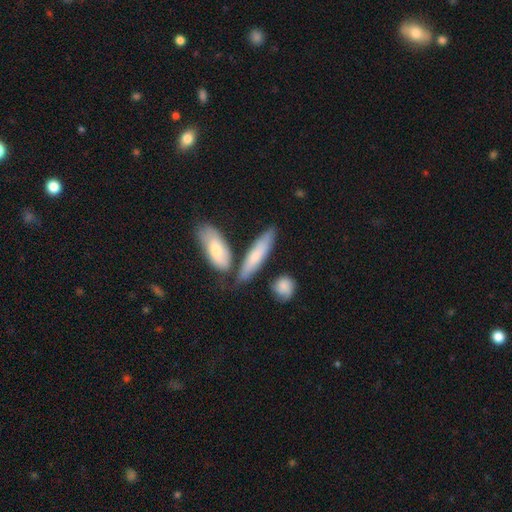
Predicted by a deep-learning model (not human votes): Smooth or featured? smooth (64%)
How rounded? cigar-shaped (65%)
Merging? none (64%)